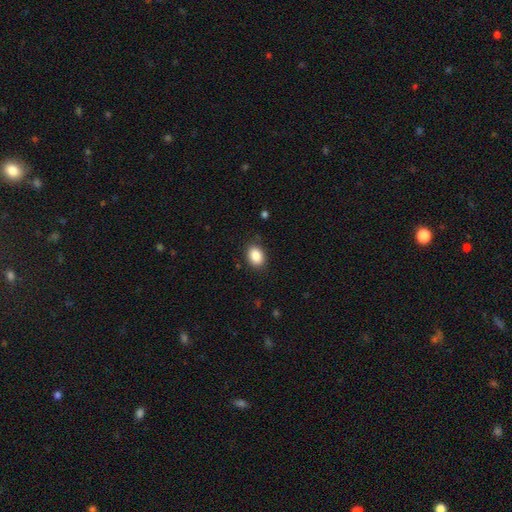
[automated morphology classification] smooth 87%, star or artifact 8%, featured or disk 4%. Down the decision tree: how rounded — in between (74%); merging — none (85%).